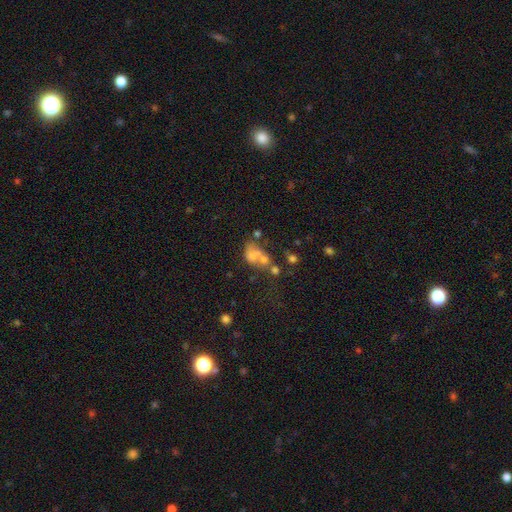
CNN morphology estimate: Smooth or featured?
  - smooth: 56% *
  - featured or disk: 29%
  - star or artifact: 16%
How rounded?
  - in between: 68% *
  - round: 30%
  - cigar-shaped: 2%
Merging?
  - merger: 50% *
  - none: 20%
  - major disturbance: 18%
  - minor disturbance: 12%